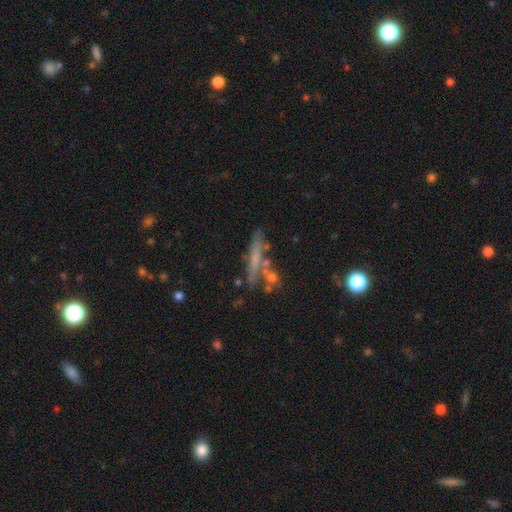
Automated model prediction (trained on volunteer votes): A smooth galaxy with no disk features (47%). Merging: none (66%).